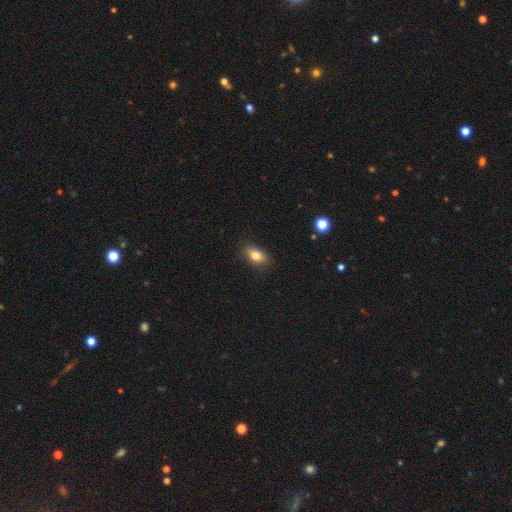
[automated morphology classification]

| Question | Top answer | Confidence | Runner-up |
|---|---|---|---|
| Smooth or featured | smooth | 82% | featured or disk (9%) |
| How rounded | in between | 86% | round (10%) |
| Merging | none | 84% | minor disturbance (12%) |